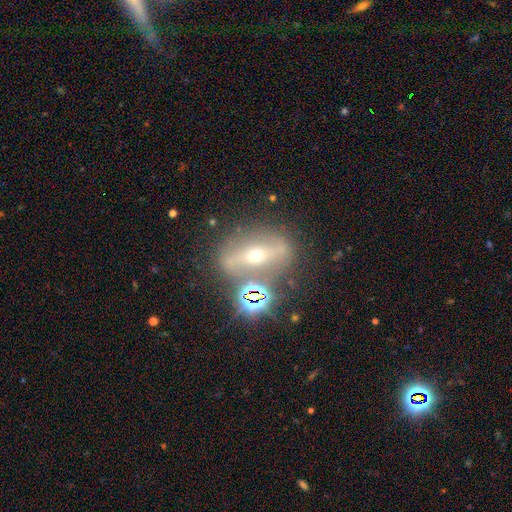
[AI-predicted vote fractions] Overall: featured or disk (60%; smooth 22%). Edge-on disk: no (67%; yes 33%). Merging: none (69%).